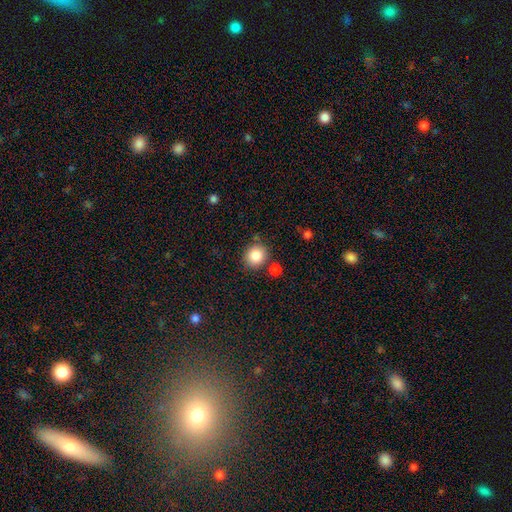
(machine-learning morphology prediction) This is clearly a smooth galaxy (85%). How rounded: clearly round (83%). Merging: likely none (77%).